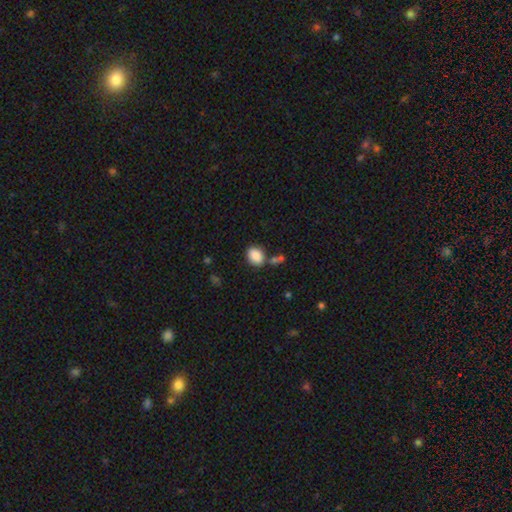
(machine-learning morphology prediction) smooth 88%, star or artifact 8%, featured or disk 4%. Down the decision tree: how rounded — in between (67%); merging — none (68%).